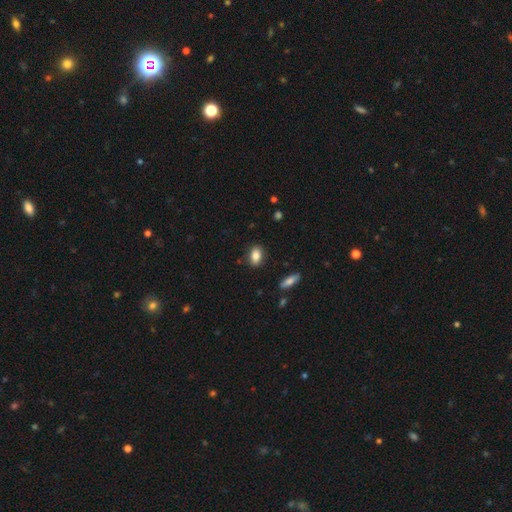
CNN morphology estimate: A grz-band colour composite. It shows a smooth galaxy with no disk features (85%) that is in between round and cigar-shaped (85%). Merging: none (86%).